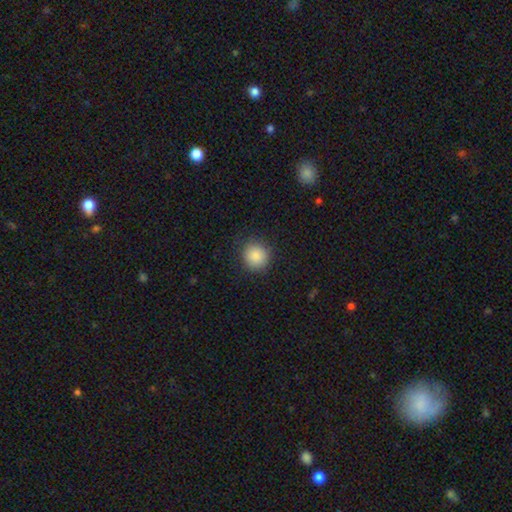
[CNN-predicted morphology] smooth-or-featured: smooth: 87% | star or artifact: 9% | featured or disk: 4%
  how-rounded: round: 91% | in between: 8% | cigar-shaped: 1%
  merging: none: 87% | minor disturbance: 9% | major disturbance: 3% | merger: 1%